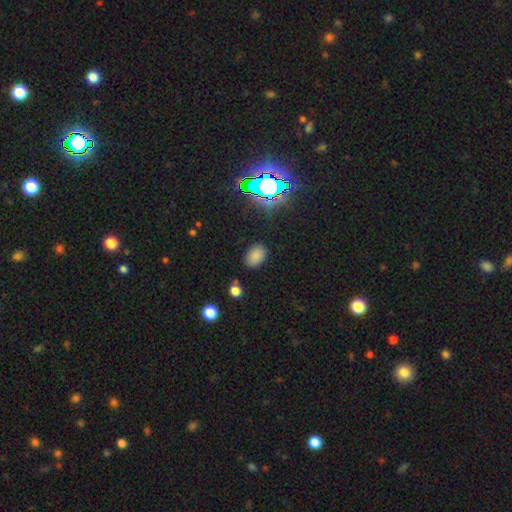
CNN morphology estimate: Overall: smooth (78%). How rounded: in between (82%). Merging: none (83%).